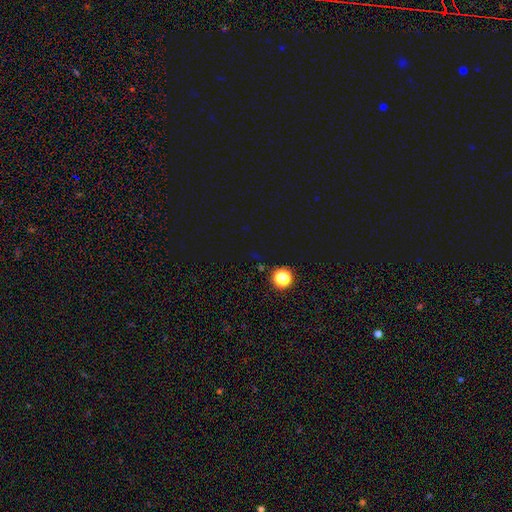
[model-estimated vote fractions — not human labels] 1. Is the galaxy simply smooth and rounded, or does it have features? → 68% star or artifact, 26% smooth, 6% featured or disk.